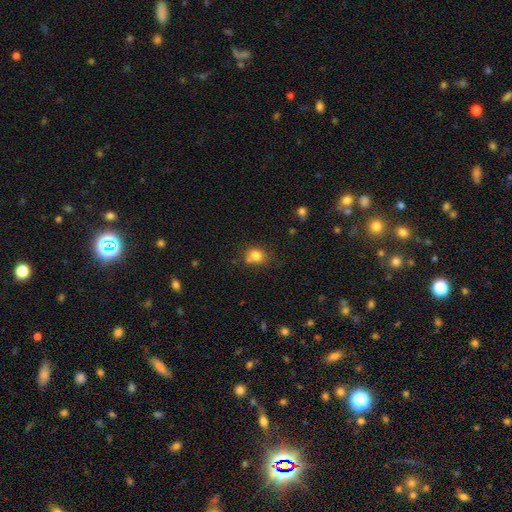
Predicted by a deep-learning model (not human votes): This appears to be a smooth galaxy with no disk features (79%) that is round (65%). Merging: none (56%).